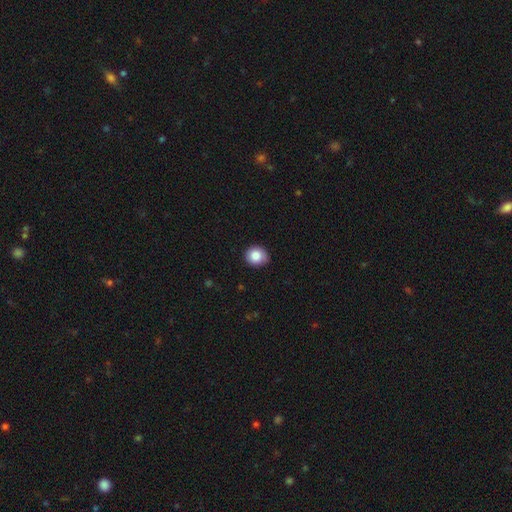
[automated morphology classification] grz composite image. It shows a smooth galaxy with no disk features (85%) that is round (80%). Merging: none (83%).